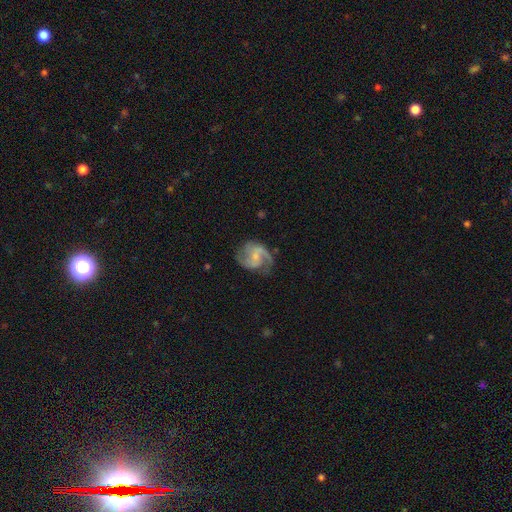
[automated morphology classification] This appears to be a featured or disk galaxy (82%) with a weak bar (46%), 2 (81%) medium (50%) spiral arms (95%) and a small central bulge (59%). Merging: none (66%).